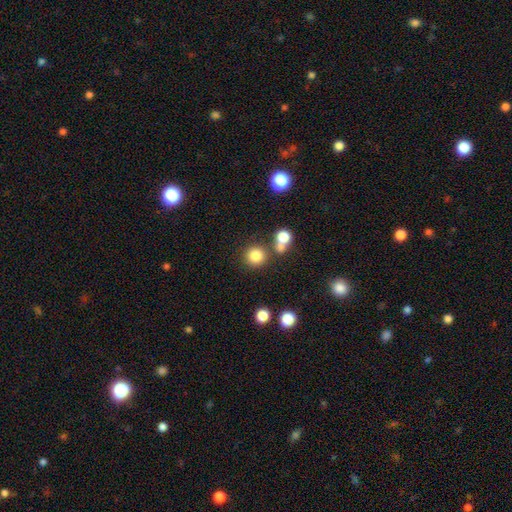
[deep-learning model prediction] Q: Smooth or featured?
A: smooth (82%); runner-up: star or artifact (12%)
Q: How rounded?
A: round (91%); runner-up: in between (8%)
Q: Merging?
A: none (73%); runner-up: merger (15%)